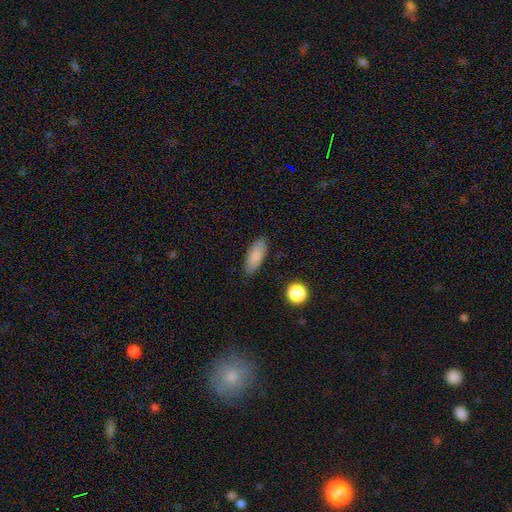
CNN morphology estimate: type=smooth (85%); roundness=in between (76%); merging=none (86%).